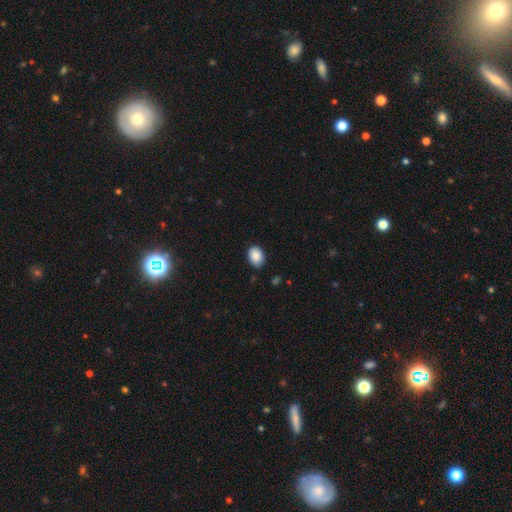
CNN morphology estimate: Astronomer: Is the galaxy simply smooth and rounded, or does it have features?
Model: smooth — 88%.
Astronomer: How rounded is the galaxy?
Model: in between — 74%.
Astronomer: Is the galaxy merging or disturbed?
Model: none — 84%.